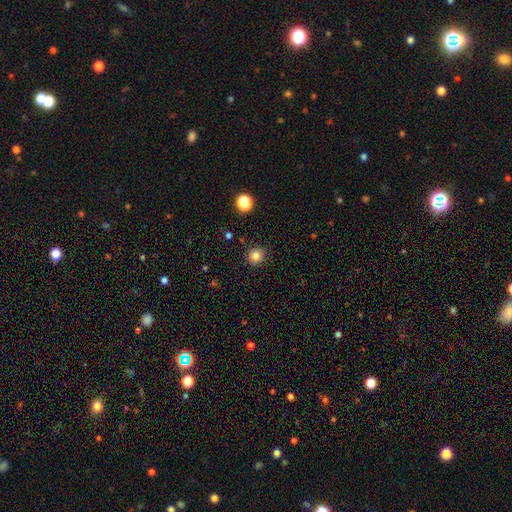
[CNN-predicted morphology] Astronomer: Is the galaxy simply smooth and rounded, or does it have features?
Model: smooth — 83%.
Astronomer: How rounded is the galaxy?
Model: round — 87%.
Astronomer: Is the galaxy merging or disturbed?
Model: none — 88%.